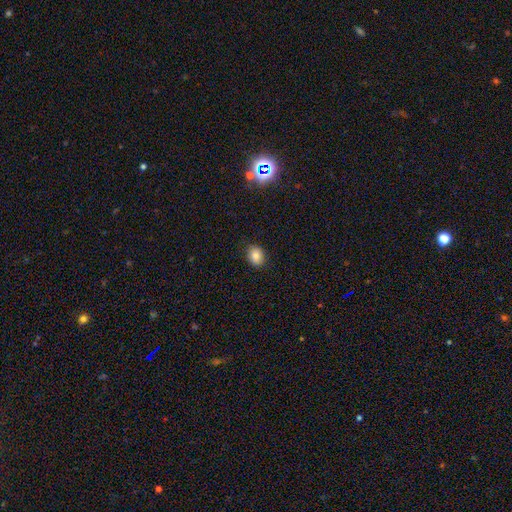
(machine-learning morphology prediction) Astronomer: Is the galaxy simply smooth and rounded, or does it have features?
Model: smooth — 82%.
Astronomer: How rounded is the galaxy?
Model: round — 56% (runner-up: in between, 43%).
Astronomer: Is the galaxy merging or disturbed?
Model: none — 89%.